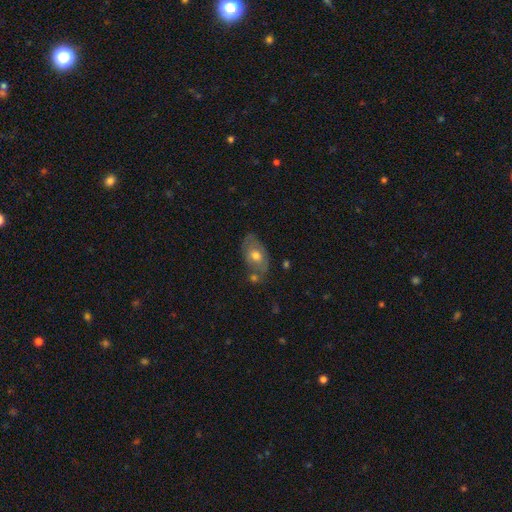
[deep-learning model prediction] smooth_or_featured: smooth (p=0.53) [alt: featured or disk p=0.39]
how_rounded: in between (p=0.85) [alt: round p=0.13]
merging: none (p=0.55) [alt: minor disturbance p=0.24]